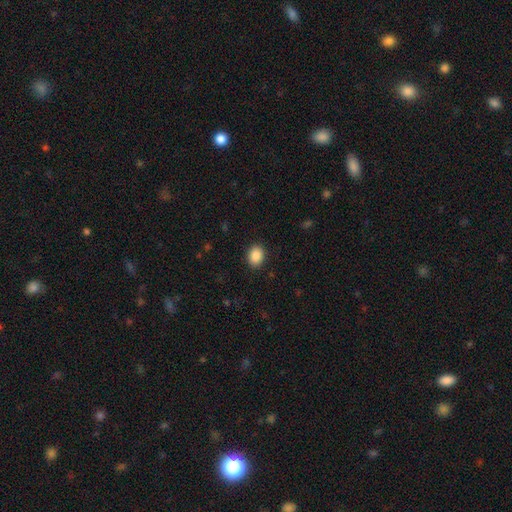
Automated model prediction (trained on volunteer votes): smooth 89%, star or artifact 8%, featured or disk 3%. Down the decision tree: how rounded — in between (62%); merging — none (89%).